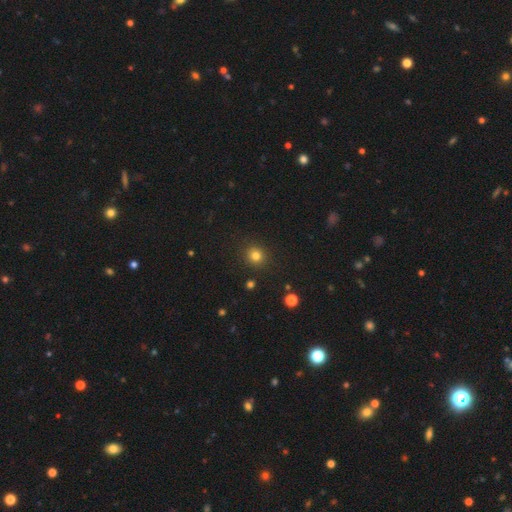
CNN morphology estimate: Smooth or featured?
  - smooth: 80% *
  - star or artifact: 14%
  - featured or disk: 5%
How rounded?
  - round: 89% *
  - in between: 10%
  - cigar-shaped: 1%
Merging?
  - none: 90% *
  - minor disturbance: 6%
  - major disturbance: 2%
  - merger: 2%